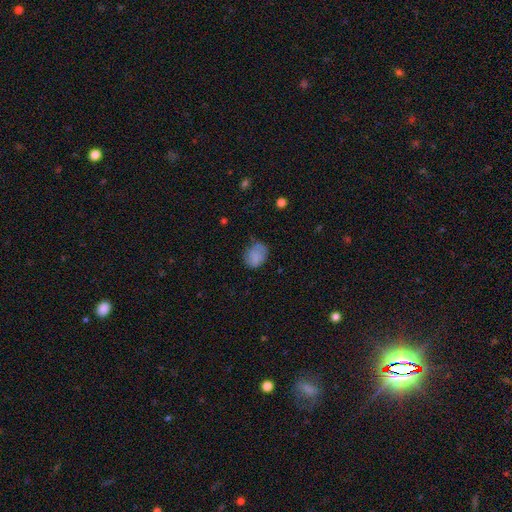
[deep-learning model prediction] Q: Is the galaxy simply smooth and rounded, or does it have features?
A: smooth — 78%.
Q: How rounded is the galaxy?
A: in between — 50%.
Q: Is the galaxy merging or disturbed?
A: none — 58%.